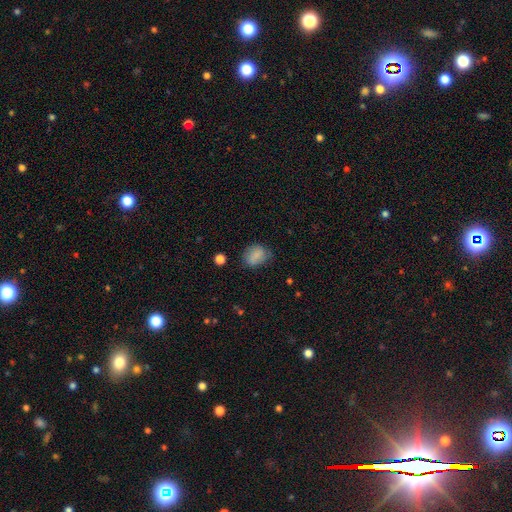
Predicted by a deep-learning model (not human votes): This appears to be a smooth galaxy with no disk features (82%) that is in between round and cigar-shaped (55%). Merging: none (66%).